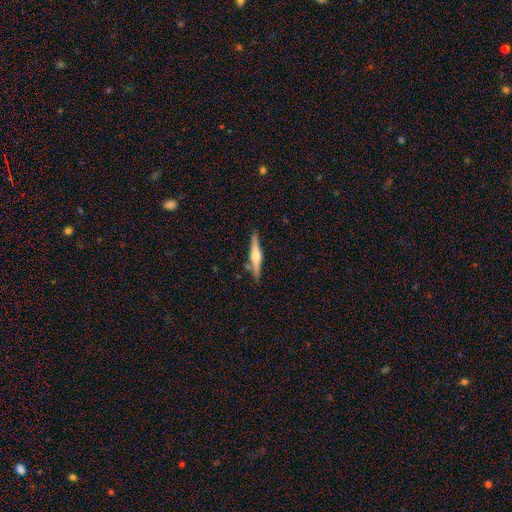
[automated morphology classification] Q: Smooth or featured?
A: featured or disk (70%); runner-up: smooth (25%)
Q: Edge-on disk?
A: yes (98%); runner-up: no (2%)
Q: Edge-on bulge?
A: rounded (87%); runner-up: boxy (9%)
Q: Merging?
A: none (86%); runner-up: minor disturbance (9%)